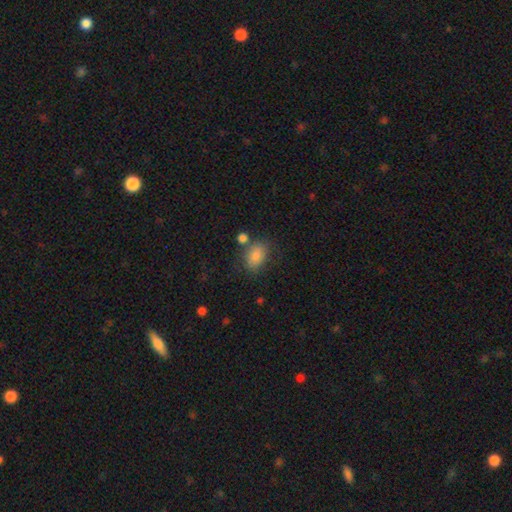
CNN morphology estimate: A smooth galaxy with no disk features (82%) that is in between round and cigar-shaped (80%). Merging: none (69%).